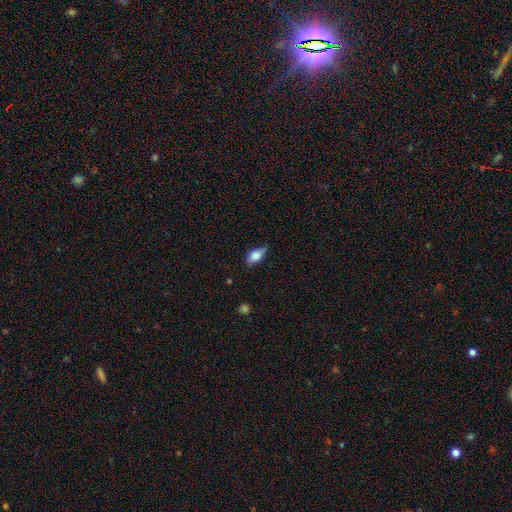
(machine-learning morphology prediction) This appears to be a smooth galaxy with no disk features (76%) that is in between round and cigar-shaped (86%). Merging: none (71%).